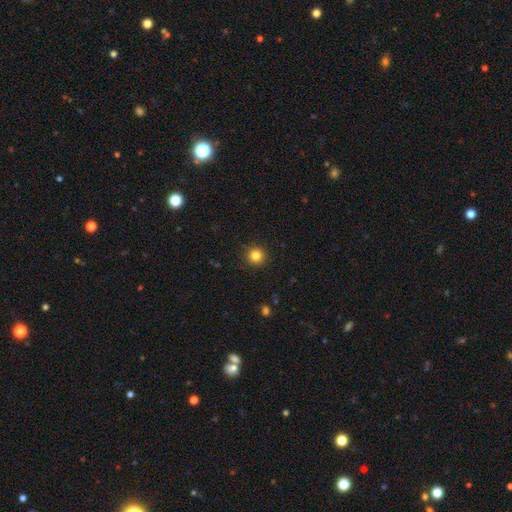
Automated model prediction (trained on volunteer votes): smooth 83%, star or artifact 12%, featured or disk 5%. Down the decision tree: how rounded — round (95%); merging — none (91%).